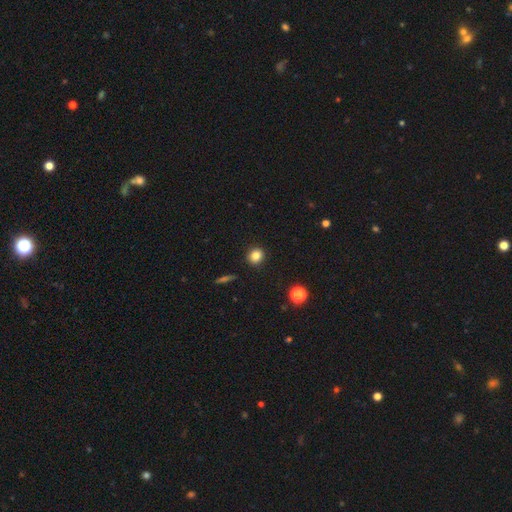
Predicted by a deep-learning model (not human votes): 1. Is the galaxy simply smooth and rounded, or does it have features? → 83% smooth, 11% star or artifact, 6% featured or disk.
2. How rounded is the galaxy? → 85% round, 14% in between, 1% cigar-shaped.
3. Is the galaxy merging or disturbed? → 92% none, 5% minor disturbance, 2% major disturbance, 1% merger.